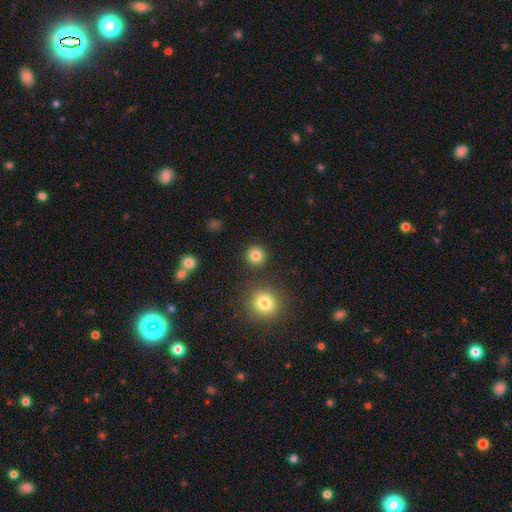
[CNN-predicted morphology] A smooth galaxy with no disk features (84%) that is round (93%). Merging: none (89%).